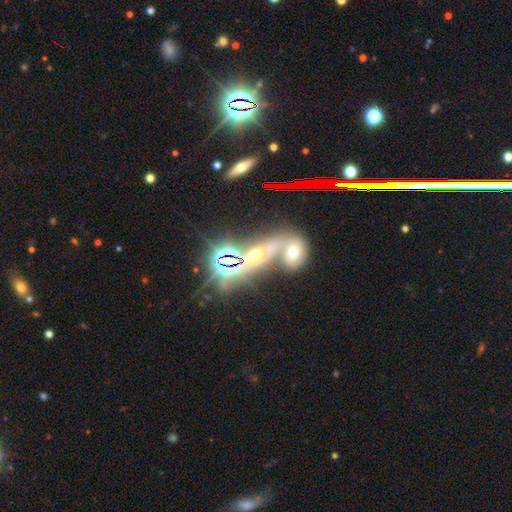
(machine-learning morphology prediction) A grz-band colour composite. It shows a smooth galaxy with no disk features (35%, tied with star or artifact). Merging: merger (61%).